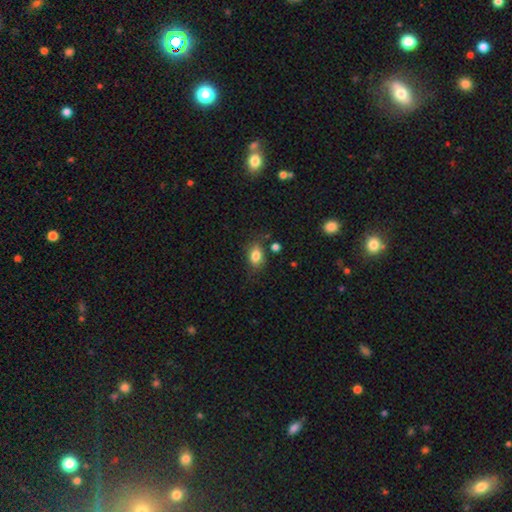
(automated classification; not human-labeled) The model was most divided on "merging": none: 73%, minor disturbance: 17%, major disturbance: 5%, merger: 5%. More confident: smooth or featured — smooth (82%); how rounded — in between (81%).